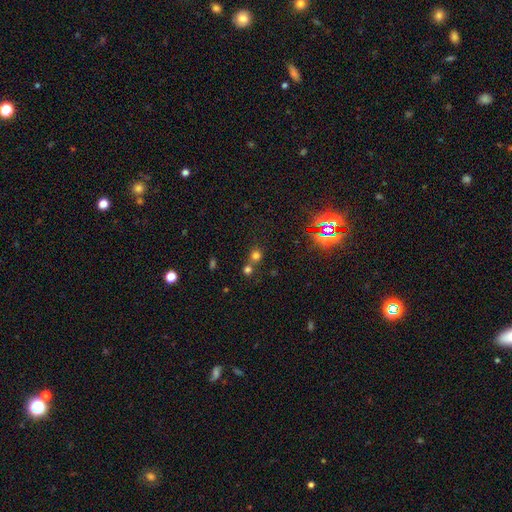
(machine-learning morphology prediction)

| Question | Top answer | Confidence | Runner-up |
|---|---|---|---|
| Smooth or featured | smooth | 64% | star or artifact (28%) |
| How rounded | round | 86% | in between (13%) |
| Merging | none | 52% | merger (38%) |